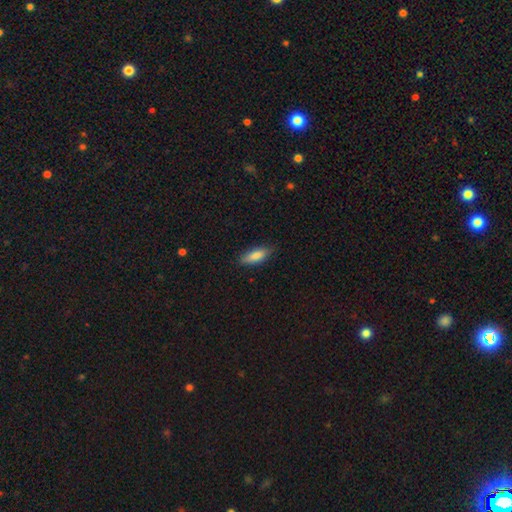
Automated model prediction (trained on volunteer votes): The model was most divided on "how rounded": in between: 69%, cigar-shaped: 29%, round: 2%. More confident: smooth or featured — smooth (84%); merging — none (80%).